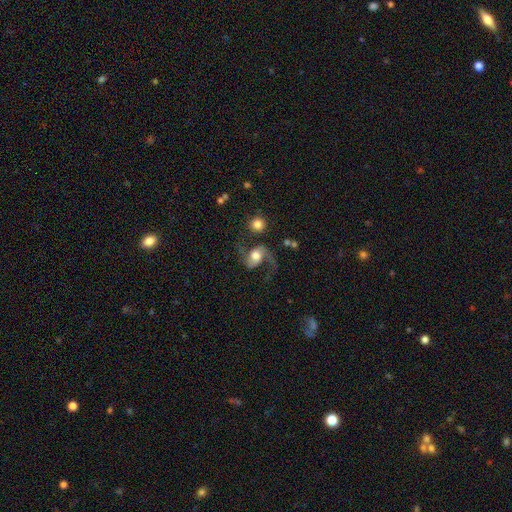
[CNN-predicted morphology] smooth-or-featured: featured or disk: 78% | smooth: 15% | star or artifact: 7%
  disk-edge-on: no: 97% | yes: 3%
    bar: no: 53% | weak: 33% | strong: 13%
    has-spiral-arms: yes: 95% | no: 5%
      spiral-winding: loose: 75% | medium: 21% | tight: 4%
      spiral-arm-count: 2: 90% | 1: 6% | can't tell: 2% | 3: 1% | 4: 1% | more than 4: 1%
    bulge-size: moderate: 49% | large: 35% | small: 8% | dominant: 5% | none: 2%
  merging: none: 59% | major disturbance: 20% | minor disturbance: 15% | merger: 6%